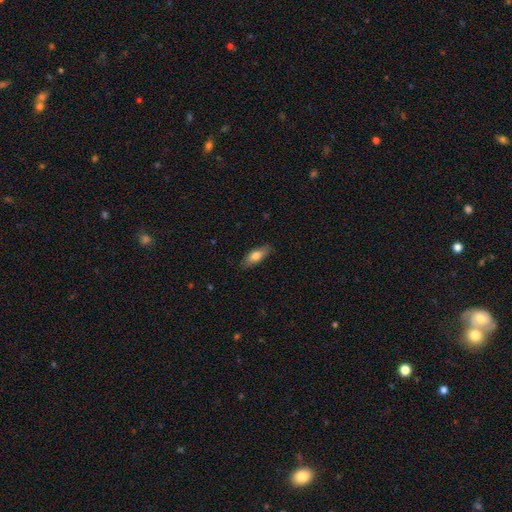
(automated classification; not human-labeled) Smooth or featured: smooth — 73% (featured or disk — 20%)
How rounded: in between — 70% (cigar-shaped — 28%)
Merging: none — 84% (minor disturbance — 13%)